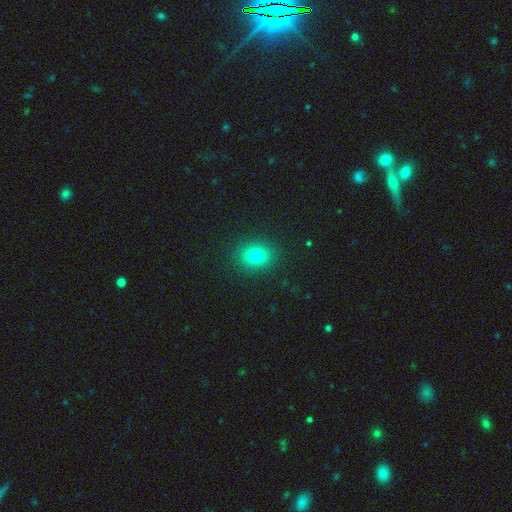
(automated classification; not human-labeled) A smooth galaxy with no disk features (78%) that is round (55%).

Vote fractions:
- Smooth or featured? smooth: 78% / star or artifact: 14% / featured or disk: 8%
- How rounded? round: 55% / in between: 44% / cigar-shaped: 1%
- Merging? none: 89% / minor disturbance: 7% / major disturbance: 3% / merger: 1%